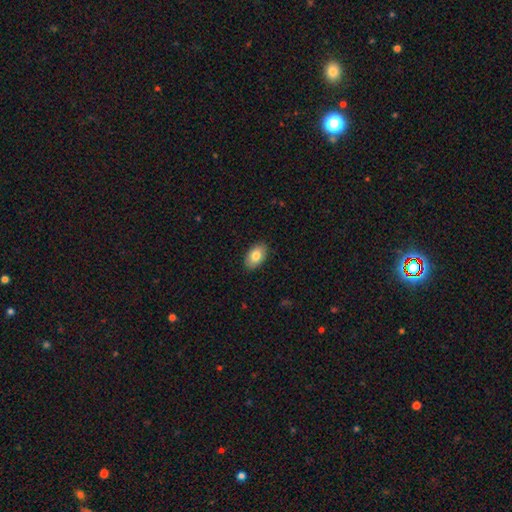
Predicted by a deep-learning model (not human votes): Q: Smooth or featured?
A: smooth (81%); runner-up: featured or disk (12%)
Q: How rounded?
A: in between (92%); runner-up: round (7%)
Q: Merging?
A: none (89%); runner-up: minor disturbance (8%)